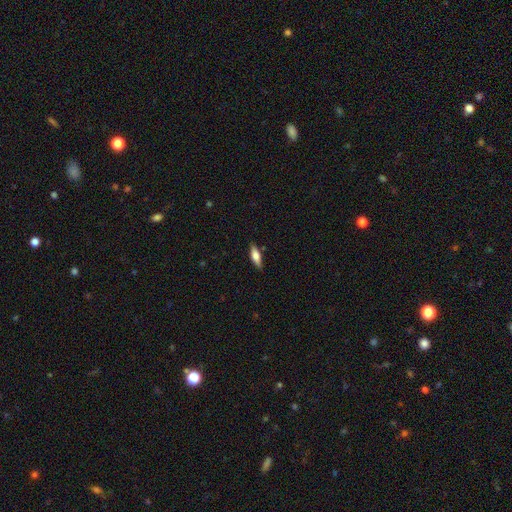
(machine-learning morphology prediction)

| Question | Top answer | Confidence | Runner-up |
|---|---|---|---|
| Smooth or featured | smooth | 58% | featured or disk (36%) |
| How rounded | in between | 54% | cigar-shaped (43%) |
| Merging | none | 86% | minor disturbance (11%) |